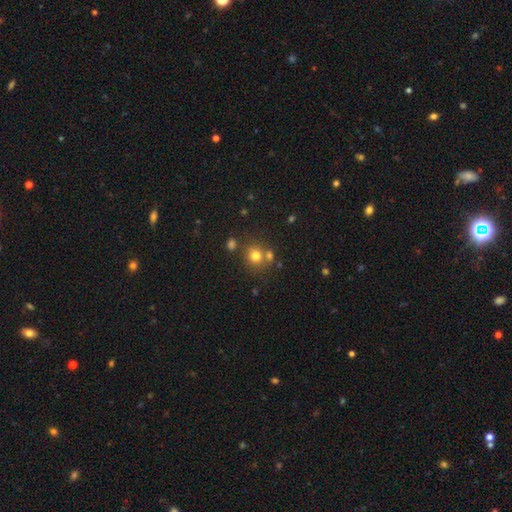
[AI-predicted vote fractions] This is likely a smooth galaxy (75%). How rounded: clearly round (82%). Merging: likely none (65%).